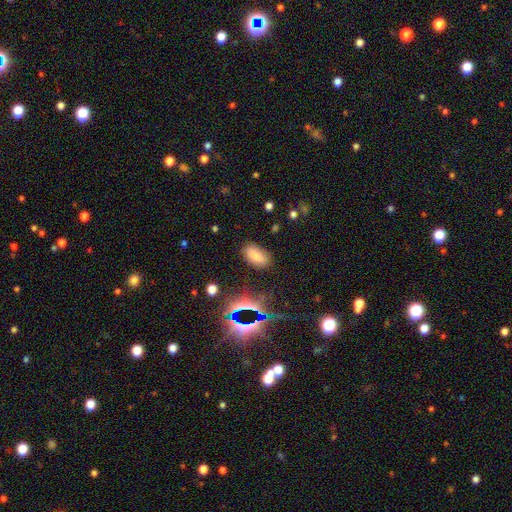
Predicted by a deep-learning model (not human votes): Morphology: type=smooth (77%); roundness=in between (93%); merging=none (82%).